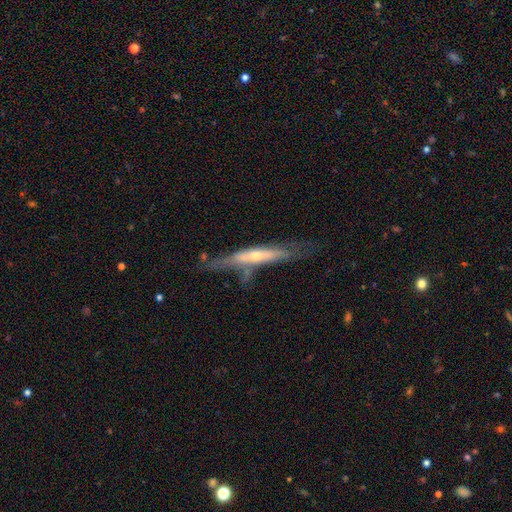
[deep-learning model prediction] Smooth or featured: featured or disk — 65% (smooth — 29%)
Edge-on disk: yes — 79% (no — 21%)
Edge-on bulge: rounded — 71% (none — 23%)
Merging: none — 51% (minor disturbance — 25%)